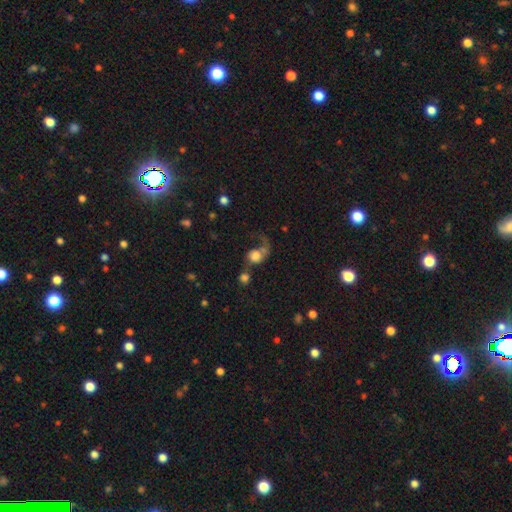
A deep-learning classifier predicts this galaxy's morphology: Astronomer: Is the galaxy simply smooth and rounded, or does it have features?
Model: smooth — 56% (runner-up: featured or disk, 33%).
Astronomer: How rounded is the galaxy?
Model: round — 69%.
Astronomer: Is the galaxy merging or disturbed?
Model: major disturbance — 40% (runner-up: merger, 26%).